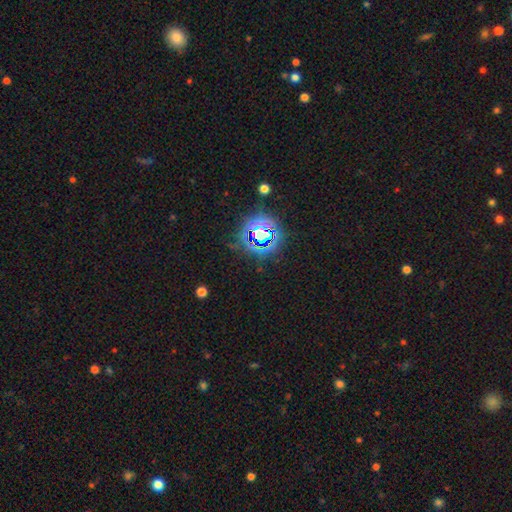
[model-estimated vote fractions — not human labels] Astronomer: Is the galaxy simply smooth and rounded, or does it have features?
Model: star or artifact — 72%.